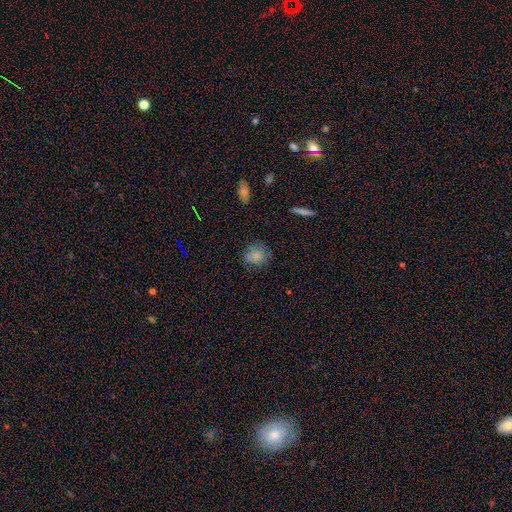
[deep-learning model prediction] Q: Smooth or featured?
A: smooth (79%); runner-up: star or artifact (11%)
Q: How rounded?
A: round (73%); runner-up: in between (26%)
Q: Merging?
A: none (71%); runner-up: minor disturbance (21%)